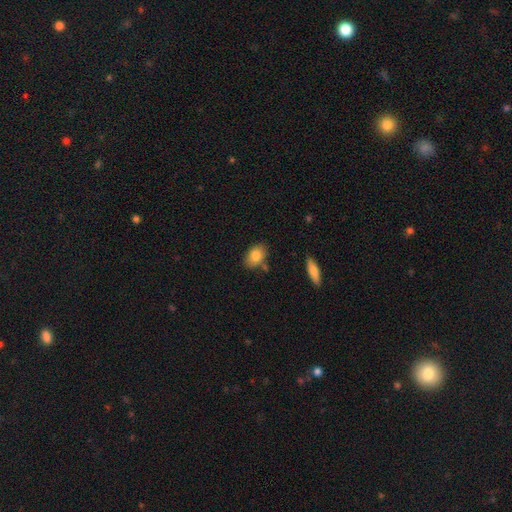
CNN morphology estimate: Q: Smooth or featured?
A: smooth (83%); runner-up: featured or disk (9%)
Q: How rounded?
A: in between (83%); runner-up: round (15%)
Q: Merging?
A: none (72%); runner-up: minor disturbance (18%)